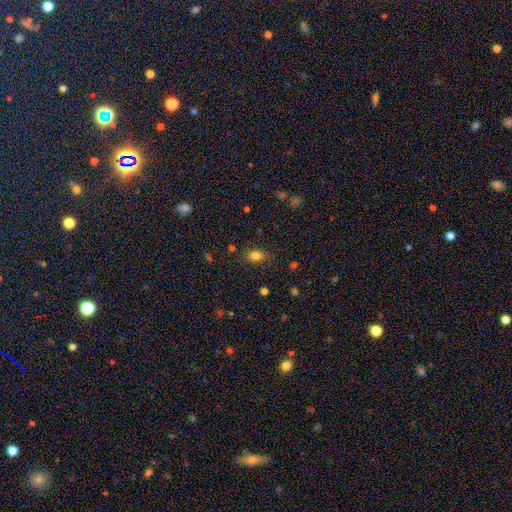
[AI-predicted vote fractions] Morphology: type=smooth (78%); roundness=in between (75%); merging=none (78%).